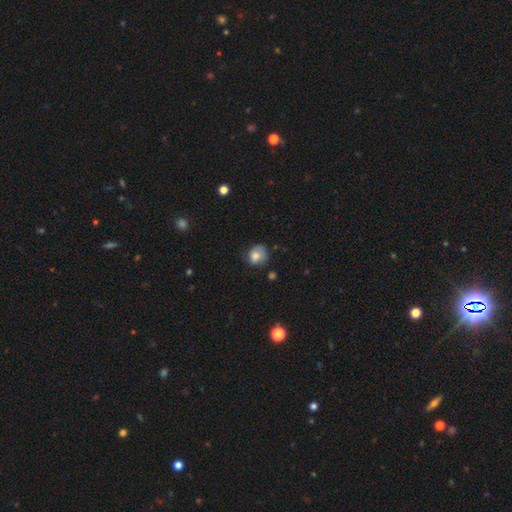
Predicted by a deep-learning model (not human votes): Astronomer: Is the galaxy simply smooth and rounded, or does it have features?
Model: smooth — 76%.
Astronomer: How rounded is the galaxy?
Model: round — 69%.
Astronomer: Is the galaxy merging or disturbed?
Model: none — 50% (runner-up: minor disturbance, 33%).